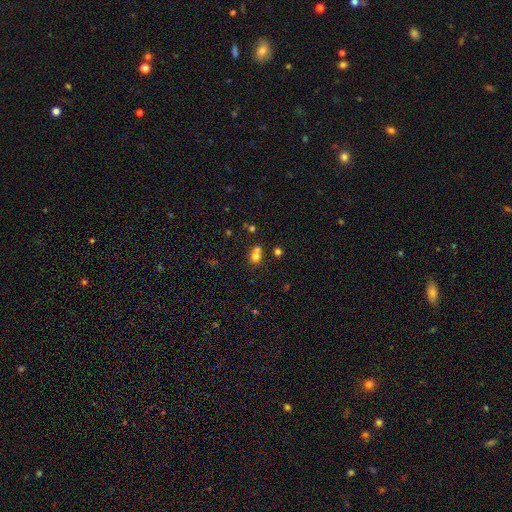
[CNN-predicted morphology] This is likely a smooth galaxy (69%). How rounded: likely round (72%). Merging: possibly merger (50%).